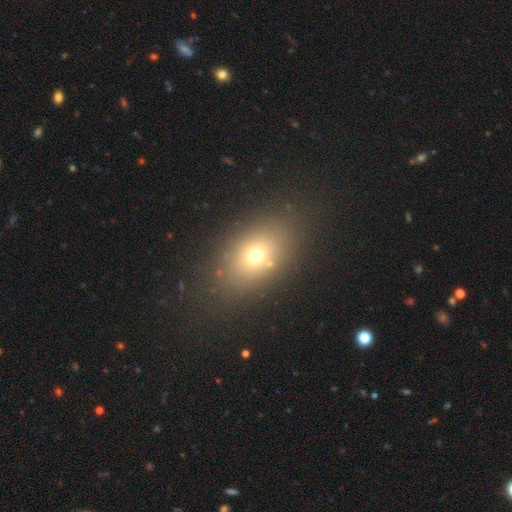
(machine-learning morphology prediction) smooth_or_featured: smooth (p=0.68) [alt: star or artifact p=0.16]
how_rounded: in between (p=0.76) [alt: round p=0.22]
merging: none (p=0.82) [alt: minor disturbance p=0.10]